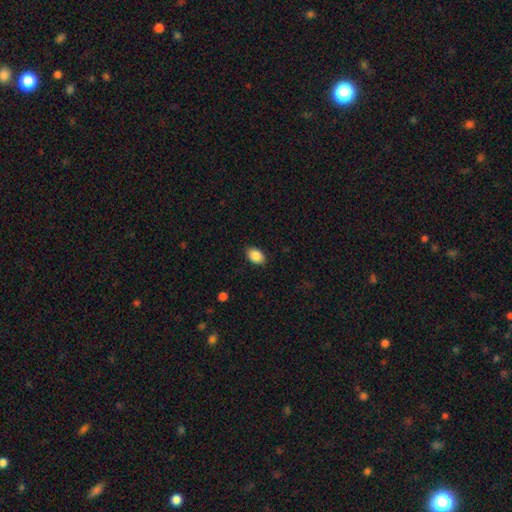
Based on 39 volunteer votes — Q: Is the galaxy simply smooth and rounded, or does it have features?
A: smooth — 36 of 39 (92%).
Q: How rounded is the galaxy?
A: in between — 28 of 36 (78%).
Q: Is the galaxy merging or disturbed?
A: none — 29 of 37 (78%).